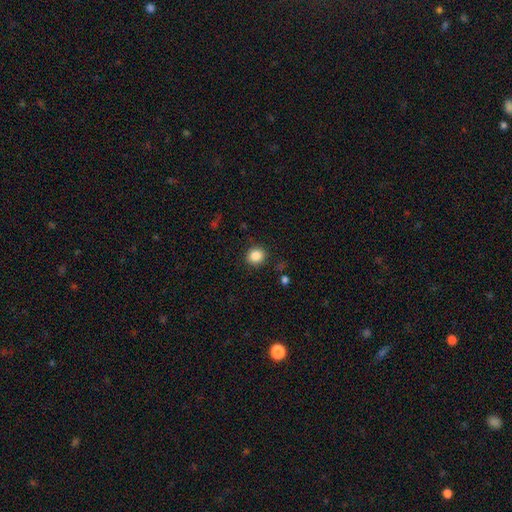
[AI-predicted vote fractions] This is clearly a smooth galaxy (86%). How rounded: clearly round (85%). Merging: clearly none (89%).